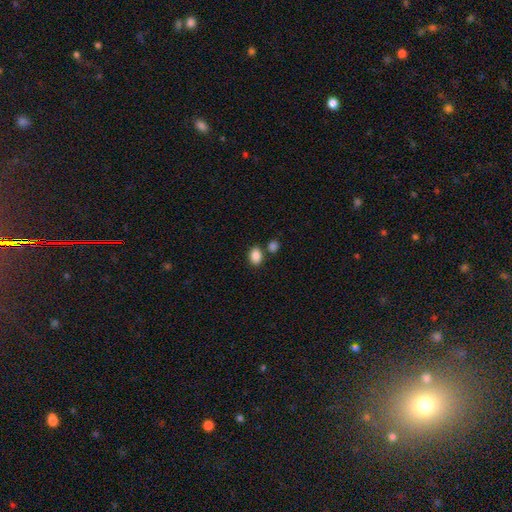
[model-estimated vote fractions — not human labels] smooth-or-featured: smooth: 87% | star or artifact: 9% | featured or disk: 4%
  how-rounded: in between: 68% | round: 31% | cigar-shaped: 1%
  merging: none: 71% | merger: 15% | minor disturbance: 10% | major disturbance: 3%